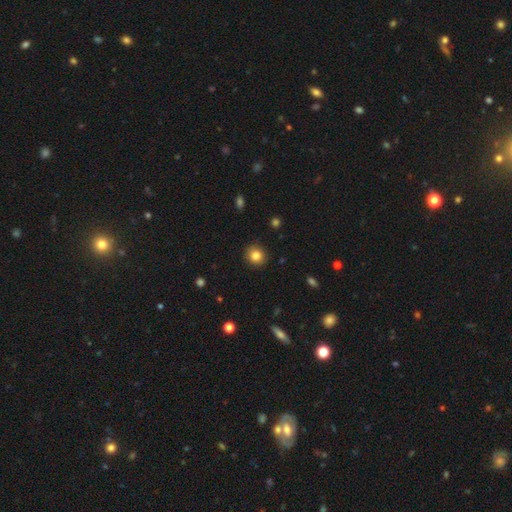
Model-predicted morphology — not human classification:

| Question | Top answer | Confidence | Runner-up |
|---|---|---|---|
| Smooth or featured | smooth | 84% | star or artifact (11%) |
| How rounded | round | 89% | in between (11%) |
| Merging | none | 90% | minor disturbance (7%) |